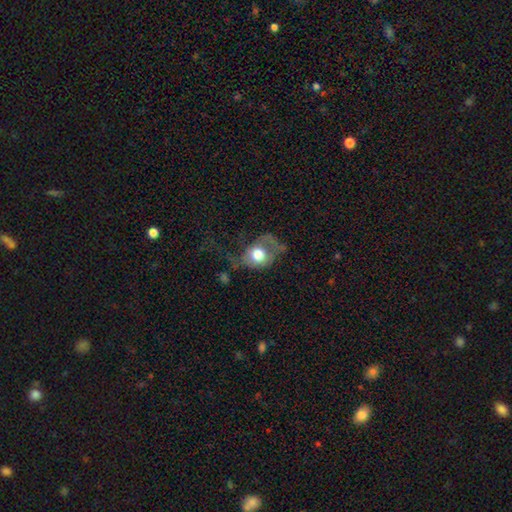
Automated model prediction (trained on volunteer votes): Morphology: type=featured or disk (44%, tied with smooth); merging=major disturbance (52%).